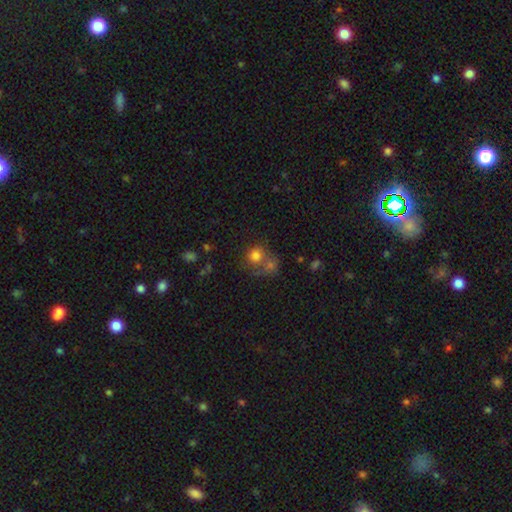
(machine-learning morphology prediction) Smooth or featured? smooth (73%)
How rounded? round (81%)
Merging? merger (44%)